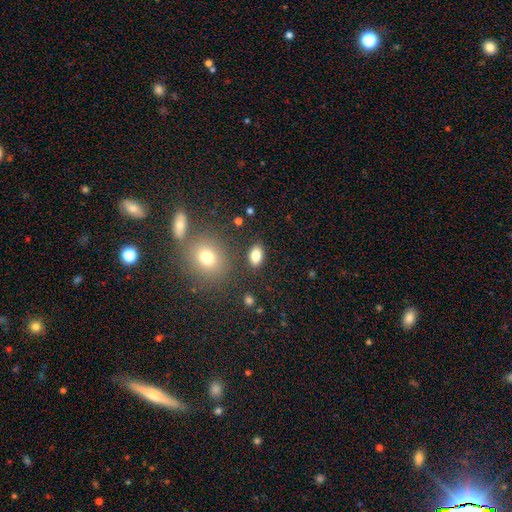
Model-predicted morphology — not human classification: A smooth galaxy with no disk features (83%) that is in between round and cigar-shaped (86%).

Vote fractions:
- Smooth or featured? smooth: 83% / star or artifact: 10% / featured or disk: 8%
- How rounded? in between: 86% / round: 12% / cigar-shaped: 2%
- Merging? none: 84% / minor disturbance: 9% / merger: 4% / major disturbance: 3%